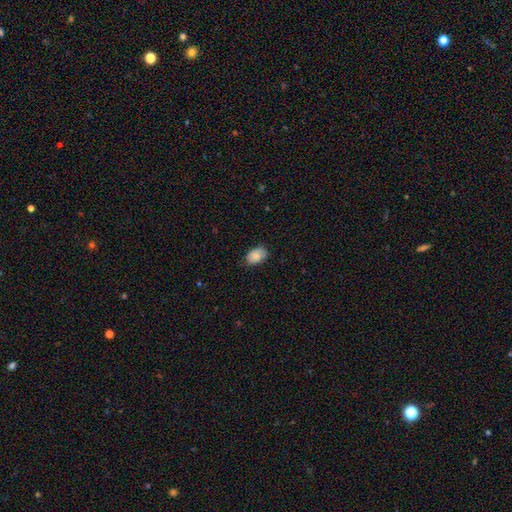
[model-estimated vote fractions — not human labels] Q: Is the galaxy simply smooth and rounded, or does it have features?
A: smooth — 85%.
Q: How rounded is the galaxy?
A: in between — 87%.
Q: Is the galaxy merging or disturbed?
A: none — 76%.